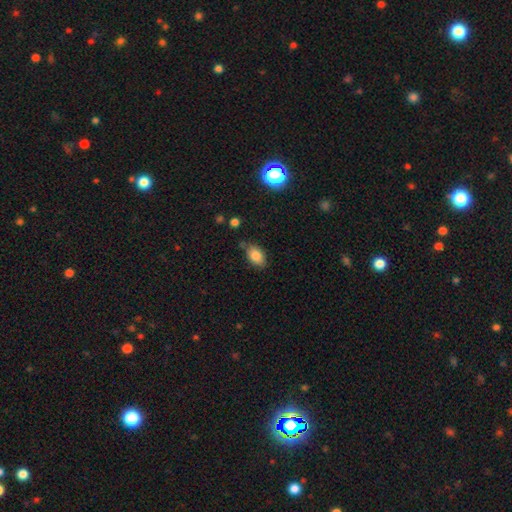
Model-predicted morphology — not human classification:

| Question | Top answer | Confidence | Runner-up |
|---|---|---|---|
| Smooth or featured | smooth | 82% | featured or disk (9%) |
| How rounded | in between | 88% | round (10%) |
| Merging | none | 71% | minor disturbance (21%) |